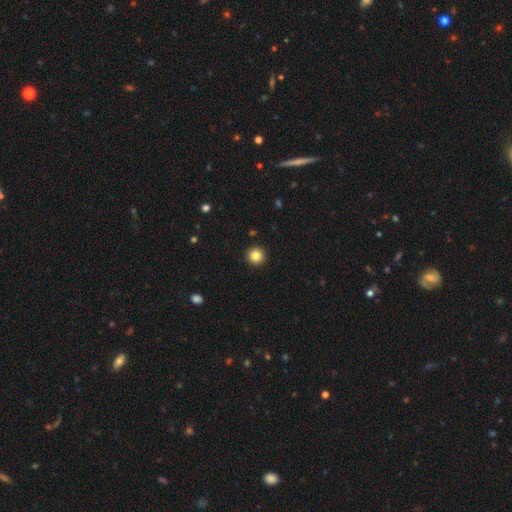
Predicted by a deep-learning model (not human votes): Q: Smooth or featured?
A: smooth (84%); runner-up: star or artifact (10%)
Q: How rounded?
A: round (96%); runner-up: in between (3%)
Q: Merging?
A: none (93%); runner-up: minor disturbance (4%)